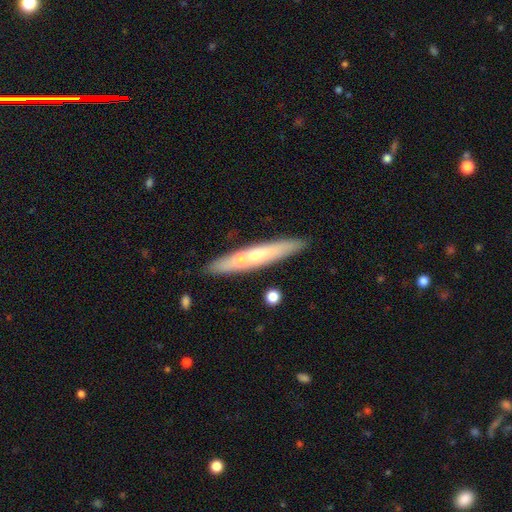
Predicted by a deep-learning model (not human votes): Smooth or featured?
  - featured or disk: 48% *
  - smooth: 46%
  - star or artifact: 7%
Merging?
  - none: 76% *
  - merger: 11%
  - minor disturbance: 10%
  - major disturbance: 2%